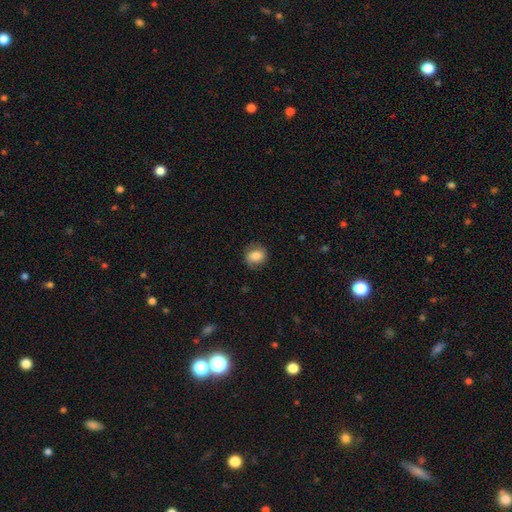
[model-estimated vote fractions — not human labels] The model was most divided on "how rounded": round: 70%, in between: 29%, cigar-shaped: 1%. More confident: merging — none (79%); smooth or featured — smooth (76%).